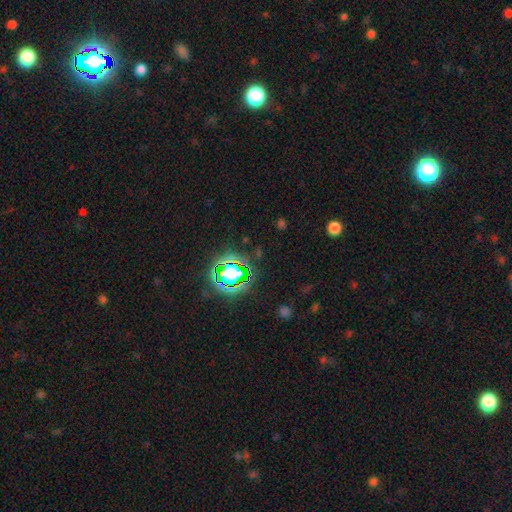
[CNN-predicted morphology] A star or artifact, not a galaxy (73%).

Vote fractions:
- Smooth or featured? star or artifact: 73% / smooth: 18% / featured or disk: 9%